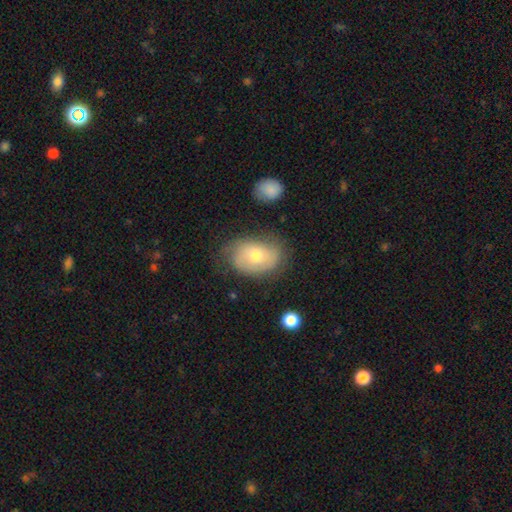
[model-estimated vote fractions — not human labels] A smooth galaxy with no disk features (55%) that is in between round and cigar-shaped (82%).

Vote fractions:
- Smooth or featured? smooth: 55% / featured or disk: 37% / star or artifact: 8%
- How rounded? in between: 82% / round: 17% / cigar-shaped: 1%
- Merging? none: 60% / minor disturbance: 27% / major disturbance: 11% / merger: 3%